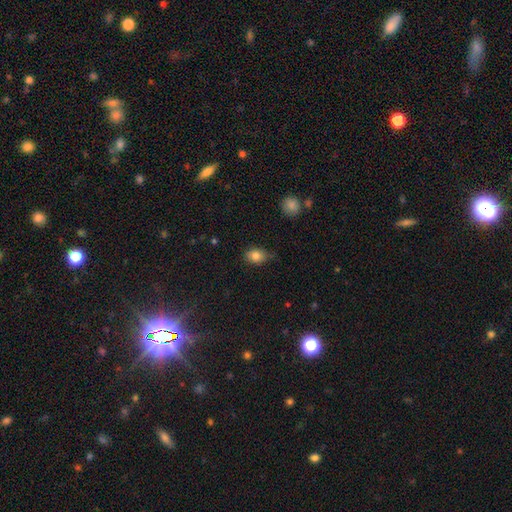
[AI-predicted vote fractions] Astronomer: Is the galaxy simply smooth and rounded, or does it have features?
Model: smooth — 82%.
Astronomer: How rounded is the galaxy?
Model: in between — 61% (runner-up: round, 38%).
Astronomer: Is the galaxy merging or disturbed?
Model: none — 67%.